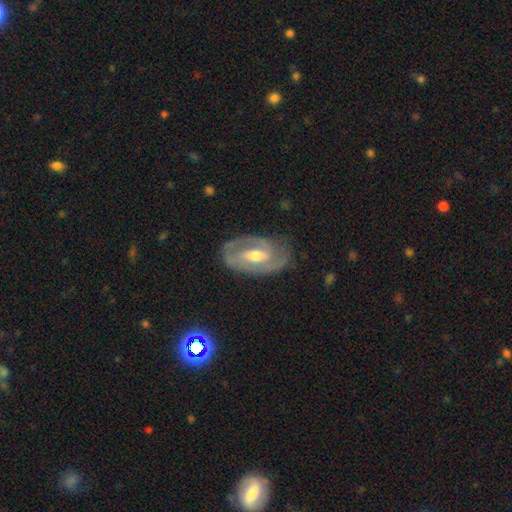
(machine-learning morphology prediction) Smooth or featured: featured or disk — 83% (smooth — 12%)
Edge-on disk: no — 95% (yes — 5%)
Bar: weak — 46% (strong — 35%)
Spiral arms: yes — 90% (no — 10%)
Spiral winding: medium — 44% (tight — 42%)
Spiral arm count: 2 — 77% (can't tell — 11%)
Bulge size: moderate — 68% (small — 25%)
Merging: none — 74% (minor disturbance — 18%)